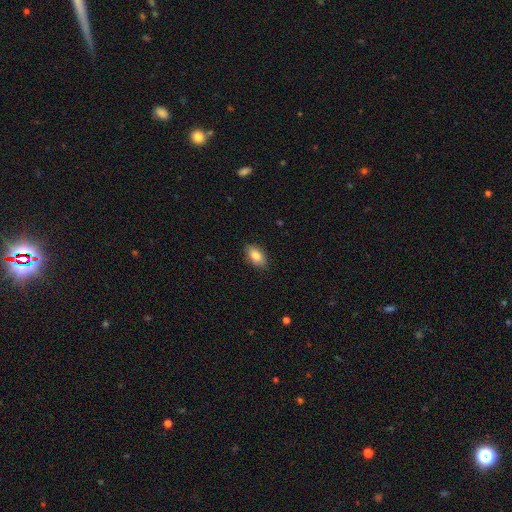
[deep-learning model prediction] A smooth galaxy with no disk features (85%) that is in between round and cigar-shaped (91%). Merging: none (87%).